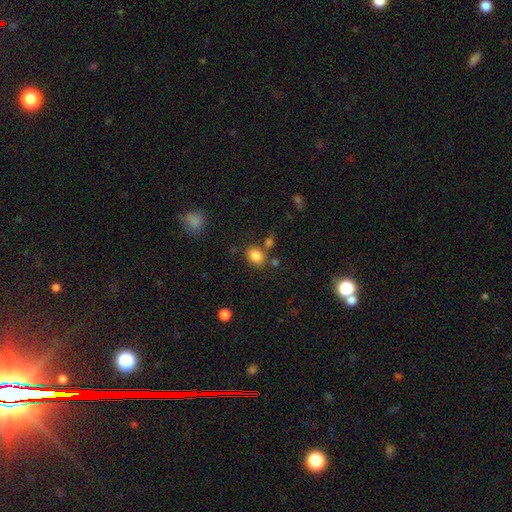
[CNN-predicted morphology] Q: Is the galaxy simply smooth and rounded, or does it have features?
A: smooth — 84%.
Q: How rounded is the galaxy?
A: round — 57%.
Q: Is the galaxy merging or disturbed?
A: none — 70%.